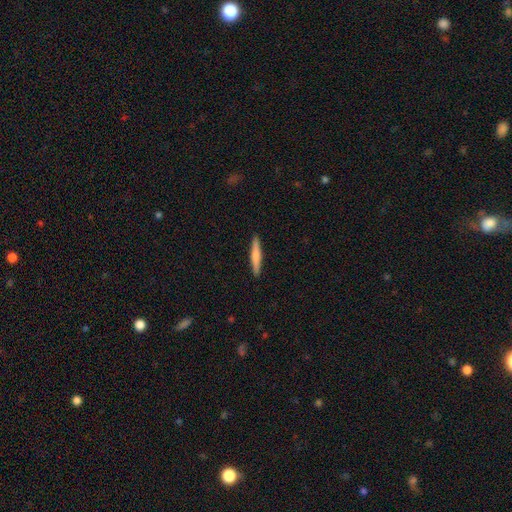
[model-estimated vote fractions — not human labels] A smooth galaxy with no disk features (69%) that is cigar-shaped (94%). Merging: none (92%).